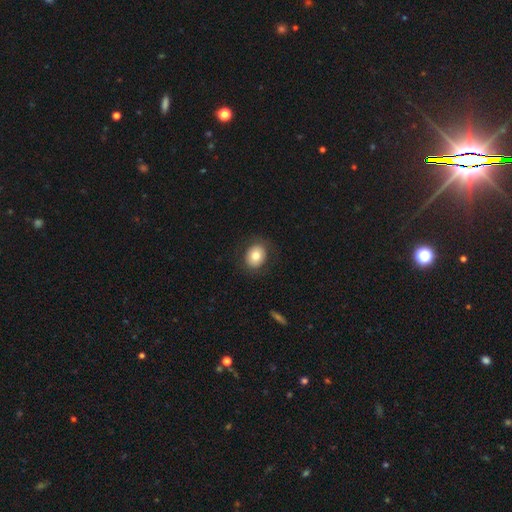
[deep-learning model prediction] smooth 80%, featured or disk 12%, star or artifact 8%. Down the decision tree: how rounded — round (53%); merging — none (85%).